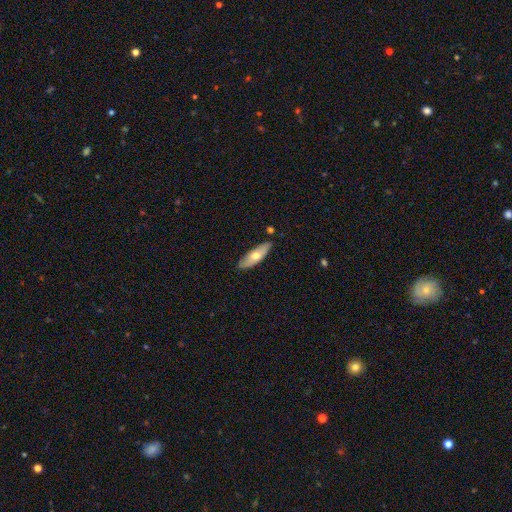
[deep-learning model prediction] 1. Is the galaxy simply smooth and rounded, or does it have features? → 58% smooth, 36% featured or disk, 6% star or artifact.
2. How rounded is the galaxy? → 57% in between, 41% cigar-shaped, 2% round.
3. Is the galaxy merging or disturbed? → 84% none, 12% minor disturbance, 2% merger, 2% major disturbance.